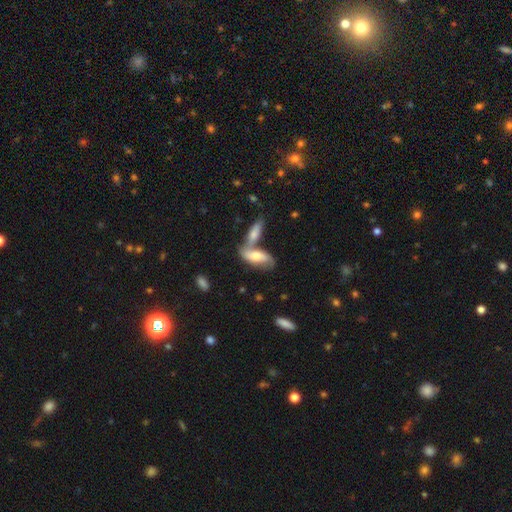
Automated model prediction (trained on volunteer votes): Smooth or featured: smooth — 52% (featured or disk — 42%)
How rounded: in between — 72% (cigar-shaped — 26%)
Merging: merger — 54% (none — 31%)